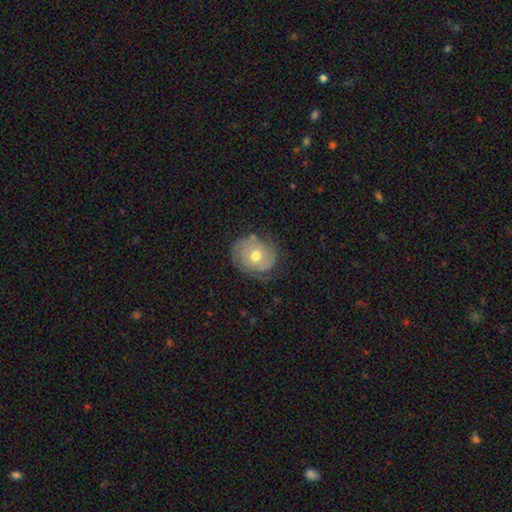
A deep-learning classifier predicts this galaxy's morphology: Smooth or featured: featured or disk — 47% (smooth — 44%)
Merging: none — 67% (minor disturbance — 23%)